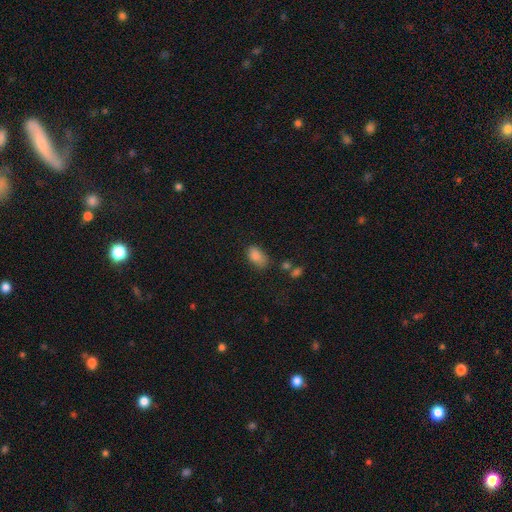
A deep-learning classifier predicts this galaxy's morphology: This appears to be a smooth galaxy with no disk features (84%) that is in between round and cigar-shaped (89%). Merging: none (62%).